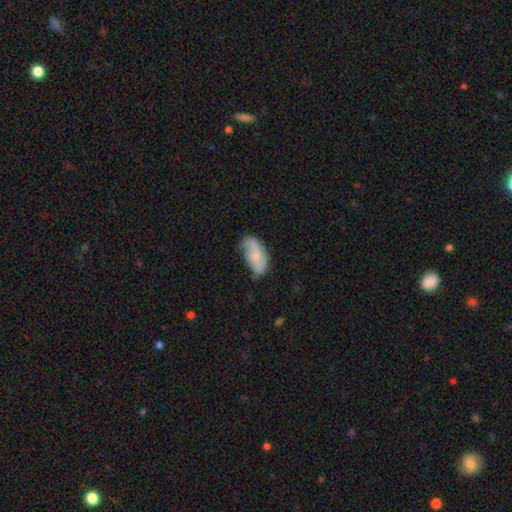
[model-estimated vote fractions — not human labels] Smooth or featured: smooth — 61% (featured or disk — 32%)
How rounded: in between — 93% (cigar-shaped — 4%)
Merging: none — 53% (minor disturbance — 35%)